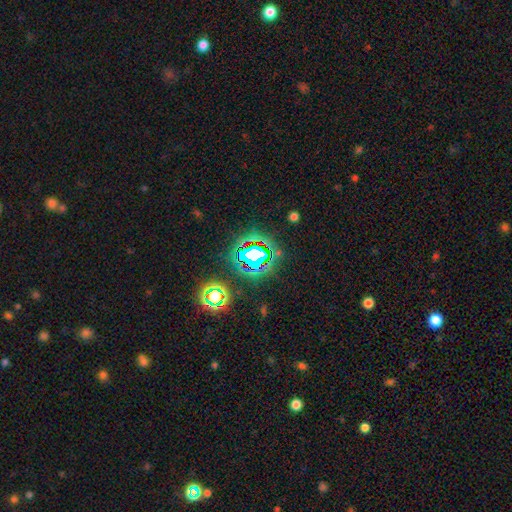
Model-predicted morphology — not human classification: Smooth or featured: star or artifact — 69% (smooth — 18%)